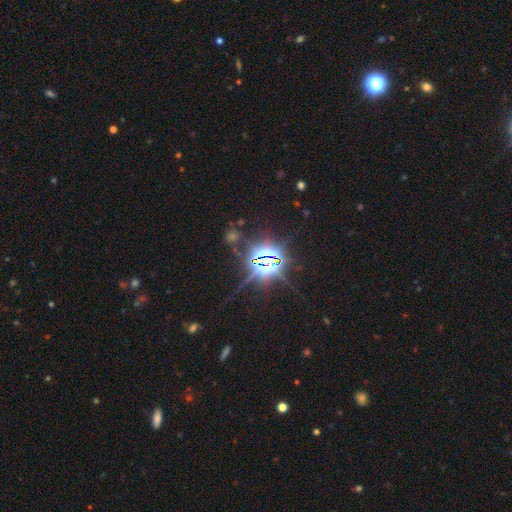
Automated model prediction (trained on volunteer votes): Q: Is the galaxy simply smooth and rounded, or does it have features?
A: star or artifact — 83%.